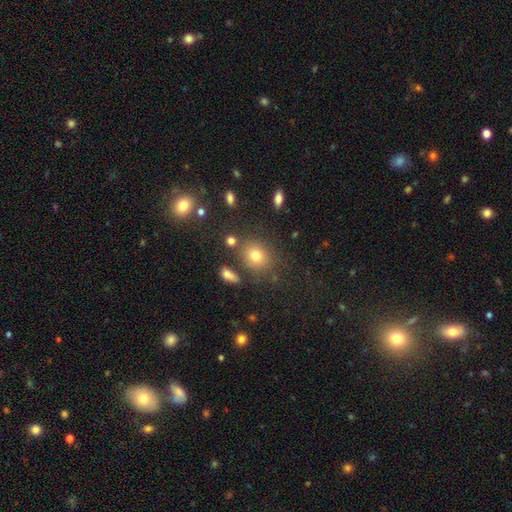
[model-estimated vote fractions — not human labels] smooth_or_featured: smooth (p=0.76) [alt: star or artifact p=0.14]
how_rounded: round (p=0.66) [alt: in between p=0.33]
merging: none (p=0.76) [alt: minor disturbance p=0.12]